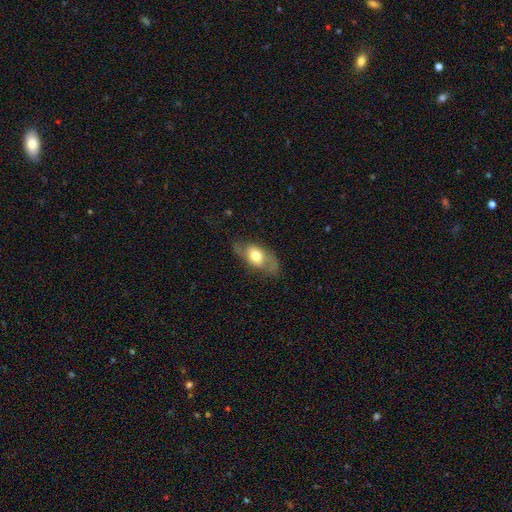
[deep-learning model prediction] A featured or disk galaxy (49%). Merging: none (64%).